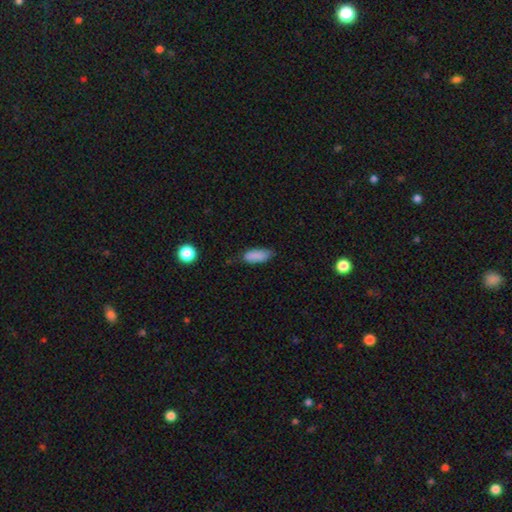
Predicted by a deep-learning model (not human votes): Smooth or featured? Predicted: smooth (p=0.86). How rounded? Predicted: in between (p=0.79). Merging? Predicted: none (p=0.63).